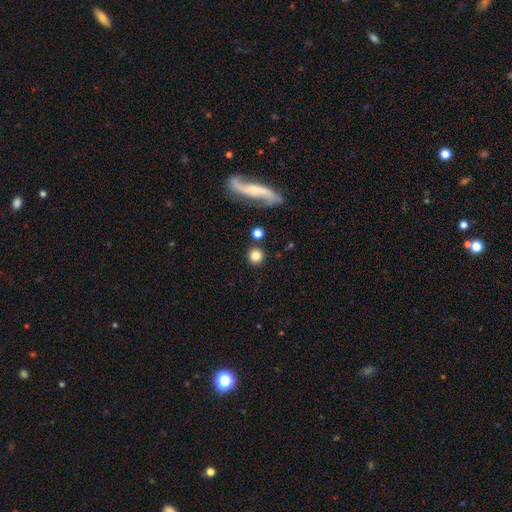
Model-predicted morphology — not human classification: type=smooth (80%); roundness=round (93%); merging=none (85%).